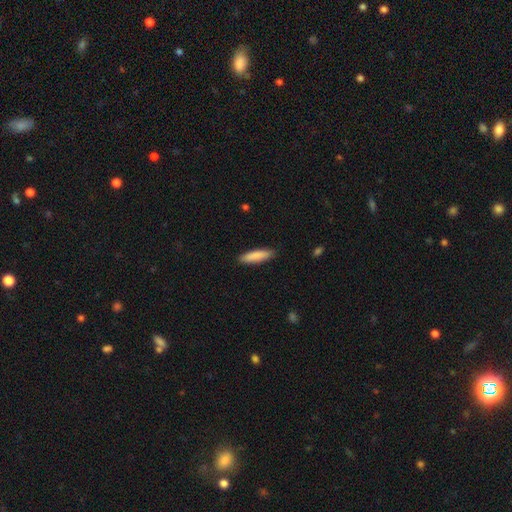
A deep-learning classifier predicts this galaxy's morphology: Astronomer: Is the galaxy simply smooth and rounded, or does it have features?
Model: smooth — 86%.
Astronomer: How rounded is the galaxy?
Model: cigar-shaped — 71%.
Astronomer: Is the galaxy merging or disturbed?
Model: none — 88%.